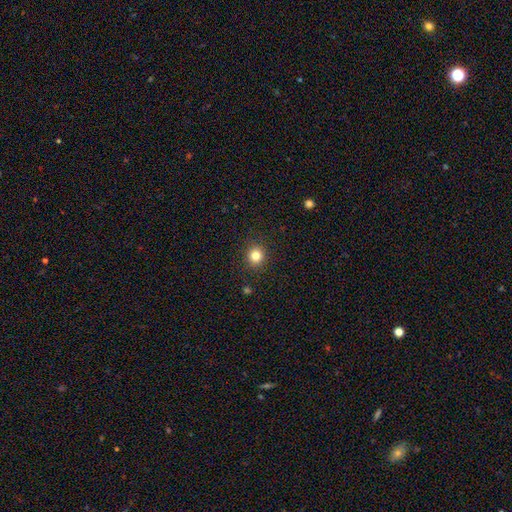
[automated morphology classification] Smooth or featured: smooth — 82% (star or artifact — 12%)
How rounded: round — 87% (in between — 12%)
Merging: none — 91% (minor disturbance — 6%)